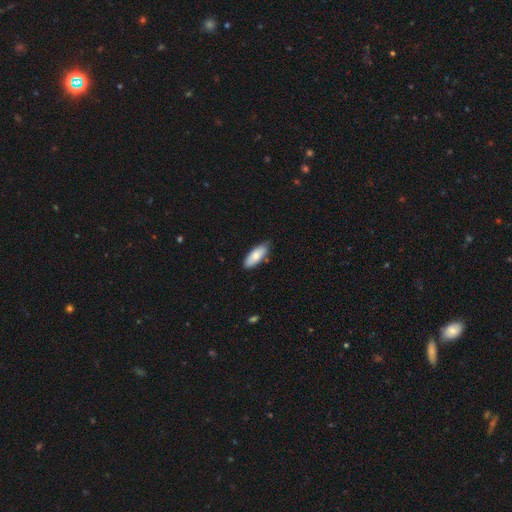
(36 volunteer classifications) A smooth galaxy with no disk features (86%) that is in between round and cigar-shaped (81%).

Vote fractions:
- Smooth or featured? smooth: 86% / featured or disk: 11% / star or artifact: 3%
- How rounded? in between: 81% / cigar-shaped: 19% / round: 0%
- Merging? none: 74% / minor disturbance: 23% / major disturbance: 3% / merger: 0%